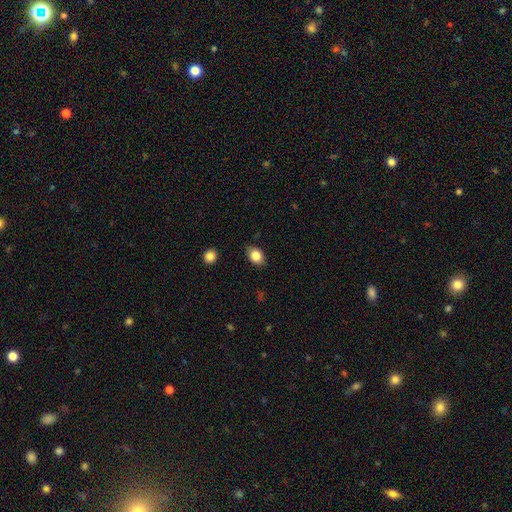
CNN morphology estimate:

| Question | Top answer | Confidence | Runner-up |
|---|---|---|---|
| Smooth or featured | smooth | 84% | star or artifact (9%) |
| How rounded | in between | 69% | round (29%) |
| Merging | none | 84% | minor disturbance (12%) |